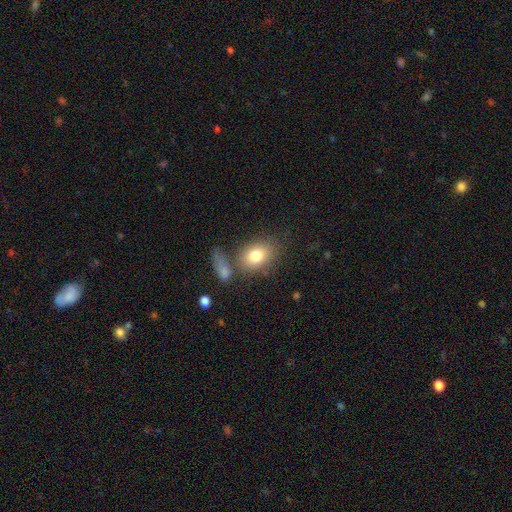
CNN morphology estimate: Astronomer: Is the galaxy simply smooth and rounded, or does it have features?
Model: smooth — 78%.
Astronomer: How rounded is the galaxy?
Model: in between — 72%.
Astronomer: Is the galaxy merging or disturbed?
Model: none — 62%.